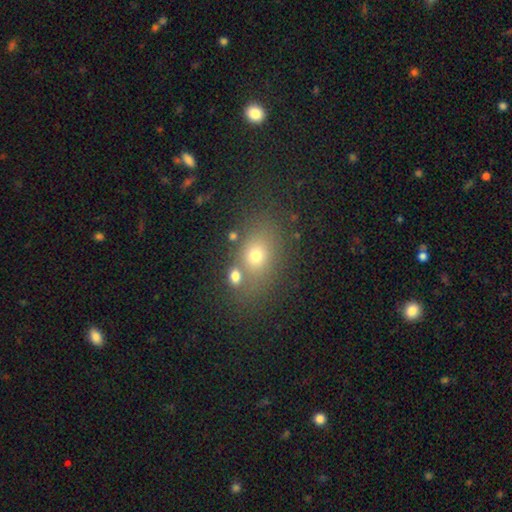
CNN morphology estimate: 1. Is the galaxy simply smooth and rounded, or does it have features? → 65% smooth, 19% star or artifact, 16% featured or disk.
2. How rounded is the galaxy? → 61% in between, 36% round, 2% cigar-shaped.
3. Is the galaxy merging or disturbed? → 69% none, 15% merger, 11% minor disturbance, 5% major disturbance.